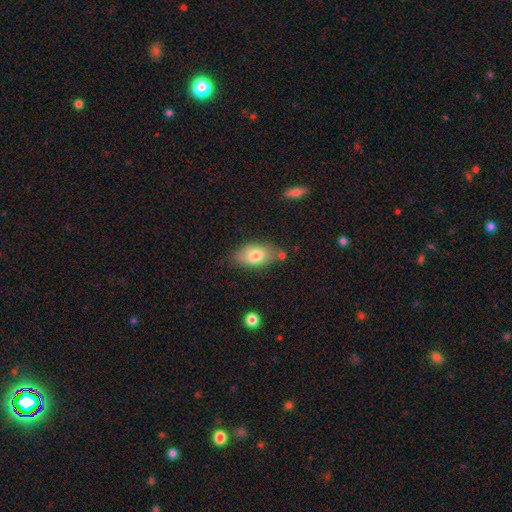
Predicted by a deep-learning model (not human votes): Q: Smooth or featured?
A: smooth (75%); runner-up: featured or disk (18%)
Q: How rounded?
A: in between (92%); runner-up: round (6%)
Q: Merging?
A: none (67%); runner-up: minor disturbance (21%)